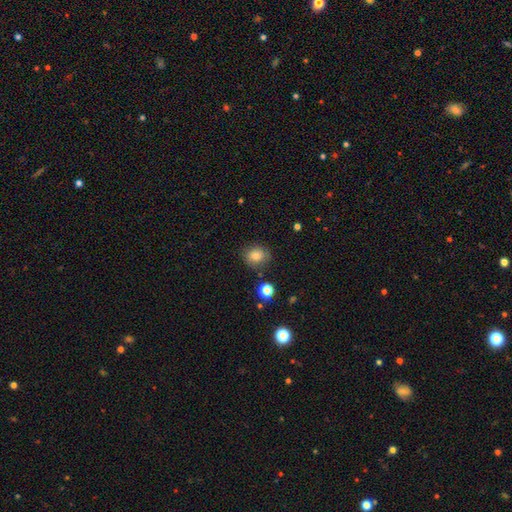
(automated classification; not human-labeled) smooth_or_featured: smooth (p=0.77) [alt: star or artifact p=0.12]
how_rounded: round (p=0.74) [alt: in between p=0.25]
merging: none (p=0.80) [alt: minor disturbance p=0.13]